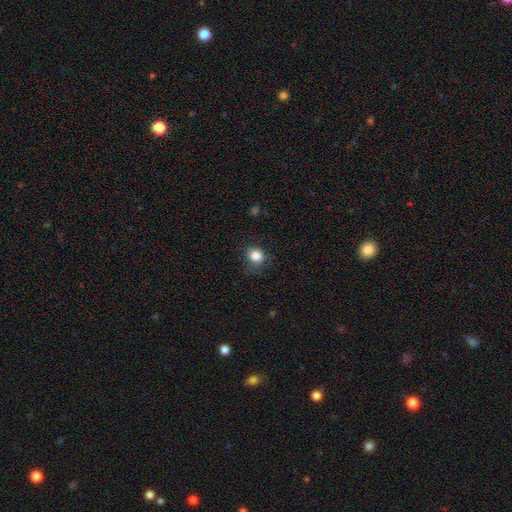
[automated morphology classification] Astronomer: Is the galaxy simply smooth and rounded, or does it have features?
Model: smooth — 83%.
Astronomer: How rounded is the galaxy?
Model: round — 78%.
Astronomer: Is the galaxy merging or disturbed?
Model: none — 74%.